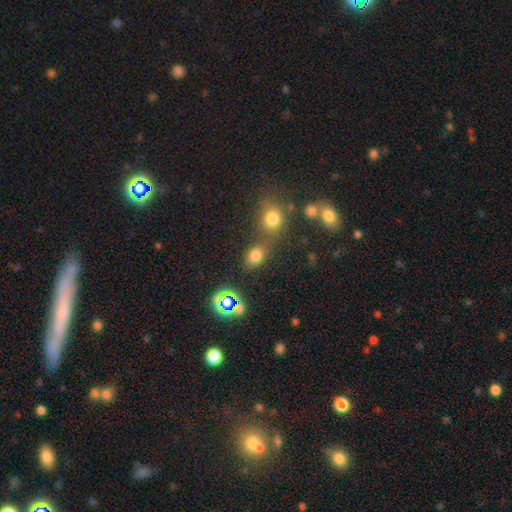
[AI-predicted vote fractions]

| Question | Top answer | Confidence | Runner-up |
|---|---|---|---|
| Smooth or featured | smooth | 72% | star or artifact (20%) |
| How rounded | in between | 61% | round (37%) |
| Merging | none | 58% | merger (25%) |